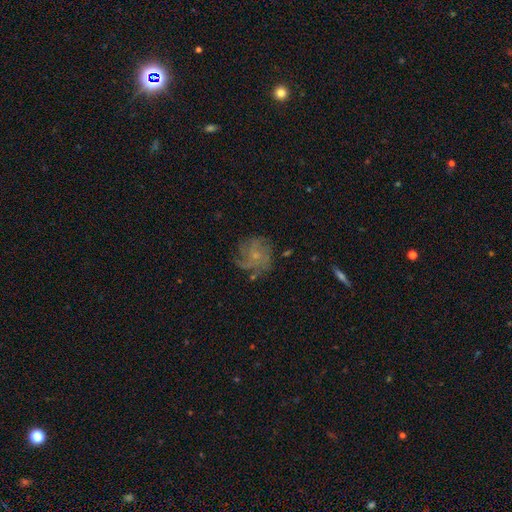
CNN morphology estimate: This is likely a featured or disk galaxy (68%). It is clearly not viewed edge-on (97%). Bar: likely no (79%). Spiral arm pattern: clearly yes (87%). Spiral arm count: marginally can't tell (30%). Spiral winding: marginally medium (41%). Central bulge: likely small (77%). Merging: likely none (66%).